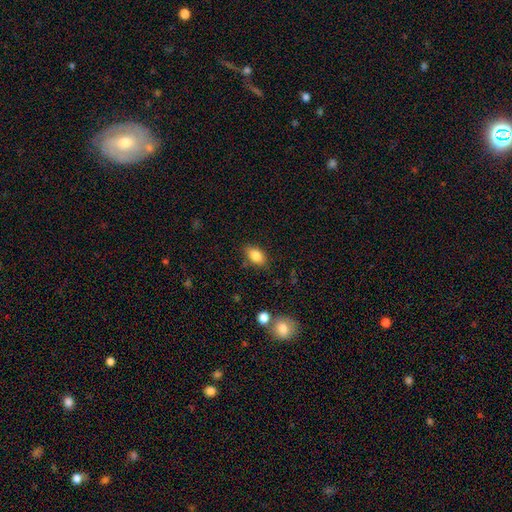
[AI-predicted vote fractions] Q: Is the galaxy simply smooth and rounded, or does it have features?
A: smooth — 83%.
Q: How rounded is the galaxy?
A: in between — 87%.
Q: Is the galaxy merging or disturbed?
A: none — 80%.